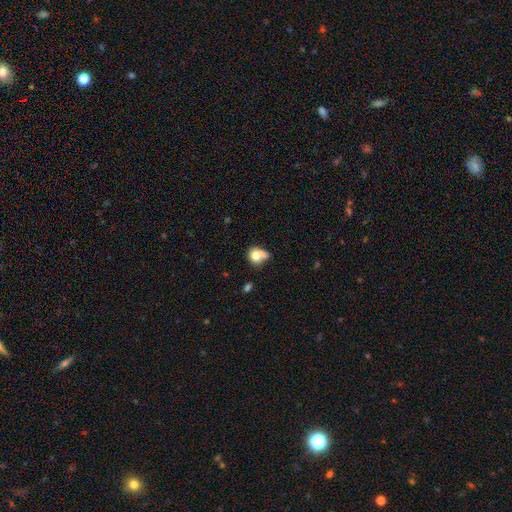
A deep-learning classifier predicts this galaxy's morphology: Smooth or featured? smooth (74%)
How rounded? round (65%)
Merging? none (35%)